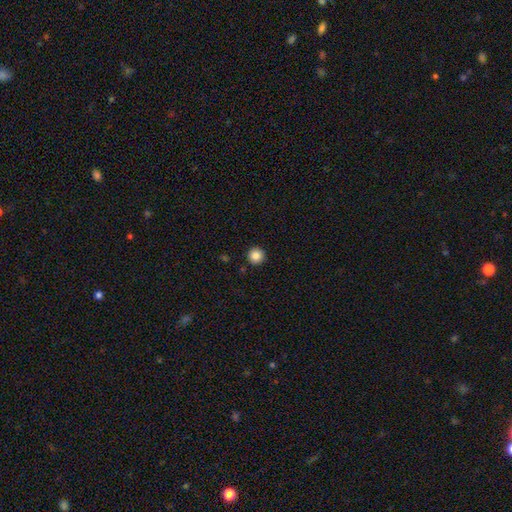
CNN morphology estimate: This appears to be a smooth galaxy with no disk features (85%) that is round (96%). Merging: none (93%).